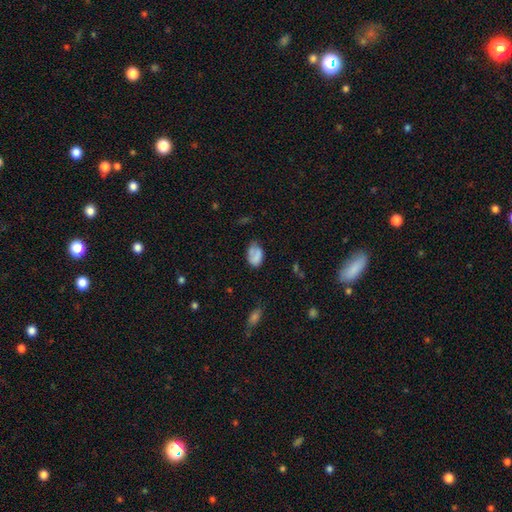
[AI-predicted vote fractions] Morphology: type=smooth (75%); roundness=in between (87%); merging=none (52%).